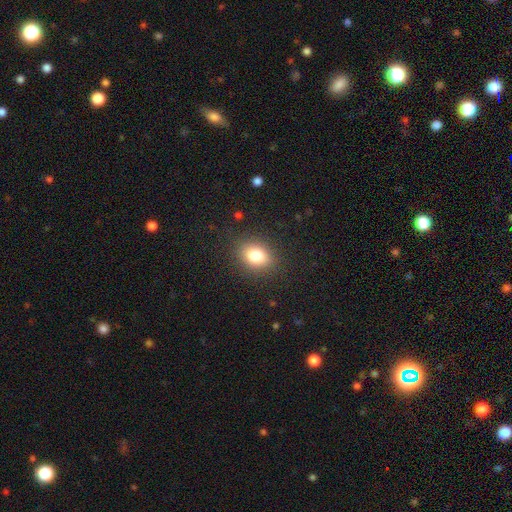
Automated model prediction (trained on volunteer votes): A smooth galaxy with no disk features (80%) that is in between round and cigar-shaped (56%). Merging: none (87%).